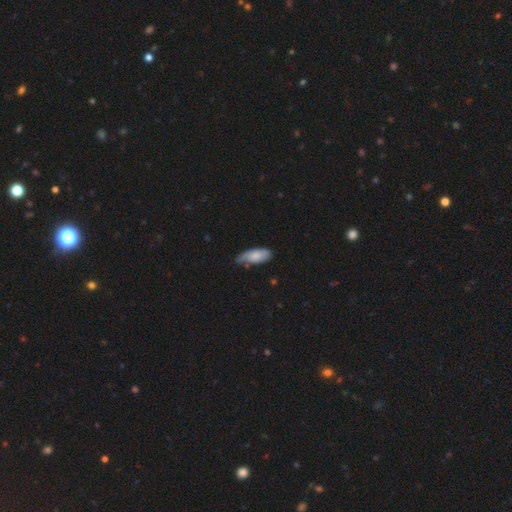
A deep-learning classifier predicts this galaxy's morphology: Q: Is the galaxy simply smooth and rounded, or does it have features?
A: smooth — 73%.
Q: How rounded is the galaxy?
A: in between — 81%.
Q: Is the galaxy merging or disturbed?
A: none — 49%.